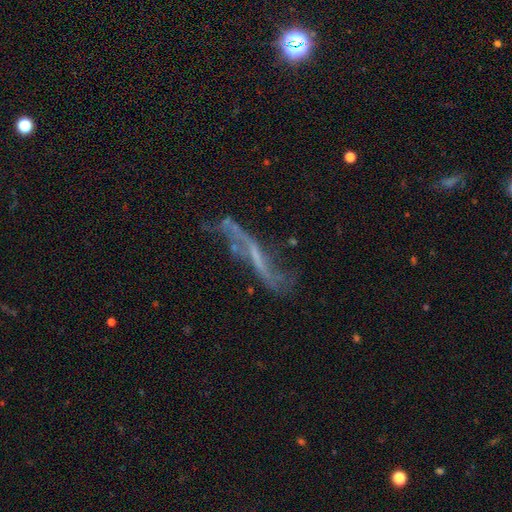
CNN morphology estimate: This is likely a featured or disk galaxy (74%). It is likely not viewed edge-on (65%). Merging: possibly none (53%).